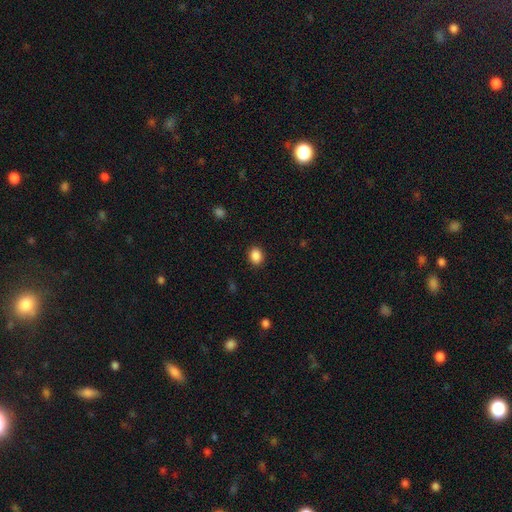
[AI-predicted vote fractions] Morphology: type=smooth (88%); roundness=in between (51%); merging=none (90%).